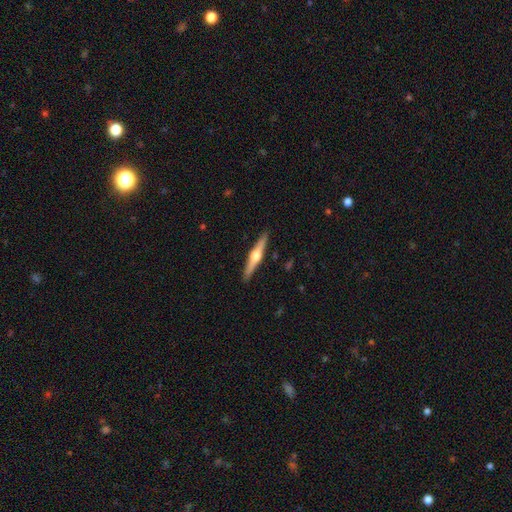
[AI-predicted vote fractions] A featured or disk galaxy (72%) viewed edge-on (98%) with a rounded central bulge (95%). Merging: none (91%).